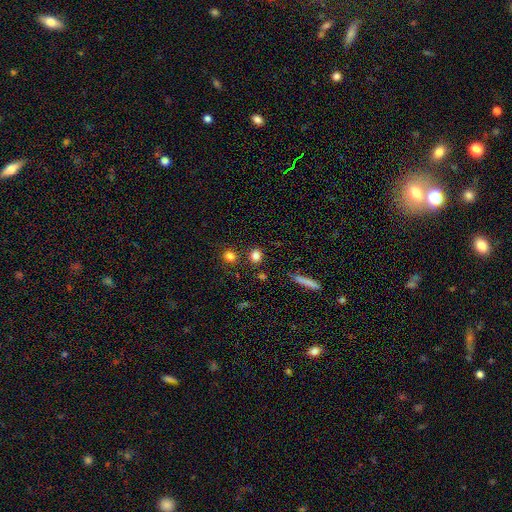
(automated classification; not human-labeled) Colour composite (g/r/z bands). It shows a smooth galaxy with no disk features (83%) that is round (71%). Merging: none (83%).